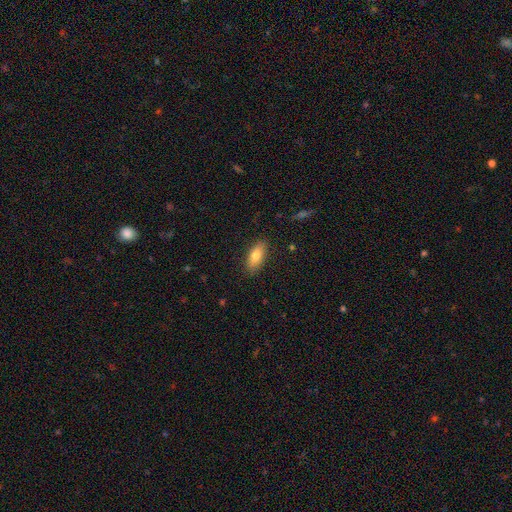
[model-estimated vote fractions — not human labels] smooth 78%, featured or disk 15%, star or artifact 7%. Down the decision tree: how rounded — in between (79%); merging — none (87%).